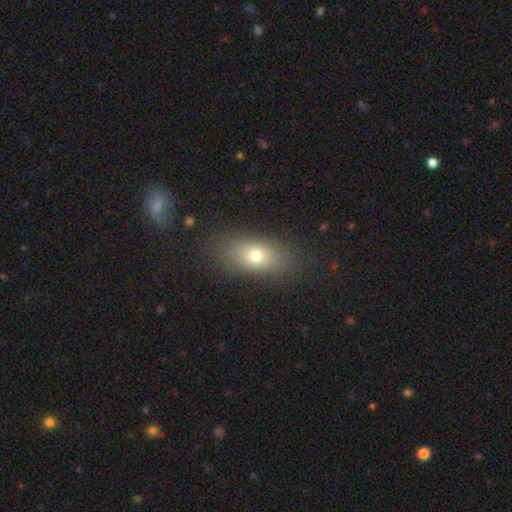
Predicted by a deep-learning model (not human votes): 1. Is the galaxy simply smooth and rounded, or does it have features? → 71% smooth, 18% featured or disk, 12% star or artifact.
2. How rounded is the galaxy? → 79% in between, 13% round, 8% cigar-shaped.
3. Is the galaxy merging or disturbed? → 84% none, 10% minor disturbance, 4% major disturbance, 1% merger.